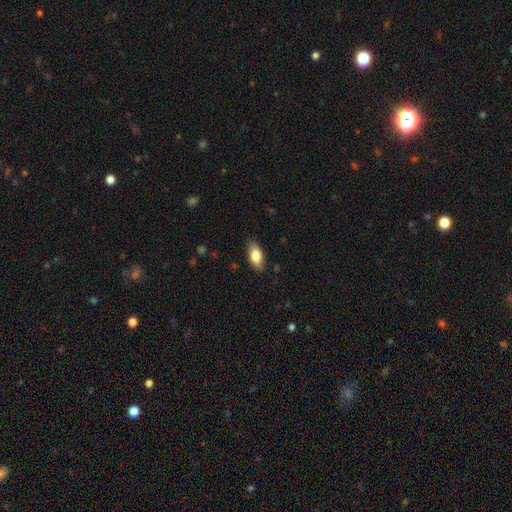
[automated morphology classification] Smooth or featured: smooth — 80% (featured or disk — 13%)
How rounded: in between — 86% (cigar-shaped — 11%)
Merging: none — 82% (minor disturbance — 14%)